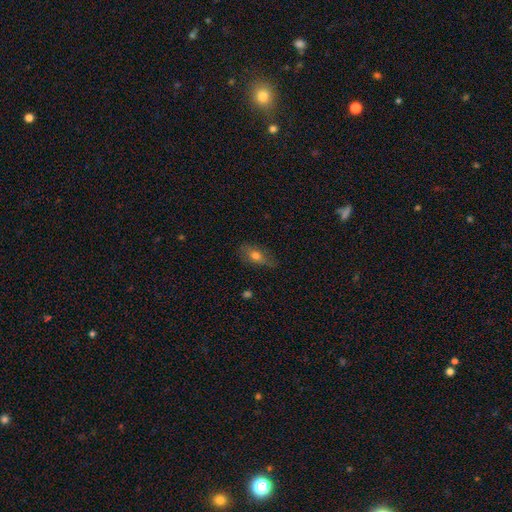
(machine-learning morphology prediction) A smooth galaxy with no disk features (69%) that is in between round and cigar-shaped (79%).

Vote fractions:
- Smooth or featured? smooth: 69% / featured or disk: 22% / star or artifact: 9%
- How rounded? in between: 79% / cigar-shaped: 13% / round: 8%
- Merging? none: 68% / minor disturbance: 24% / major disturbance: 6% / merger: 2%